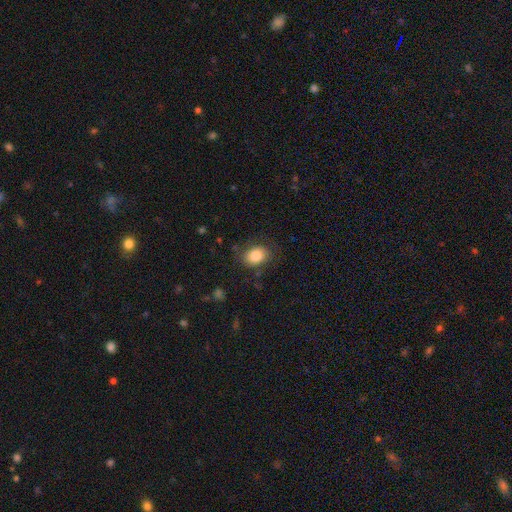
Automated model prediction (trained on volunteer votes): Smooth or featured?
  - smooth: 83% *
  - star or artifact: 8%
  - featured or disk: 8%
How rounded?
  - in between: 61% *
  - round: 38%
  - cigar-shaped: 1%
Merging?
  - none: 78% *
  - minor disturbance: 15%
  - major disturbance: 6%
  - merger: 1%